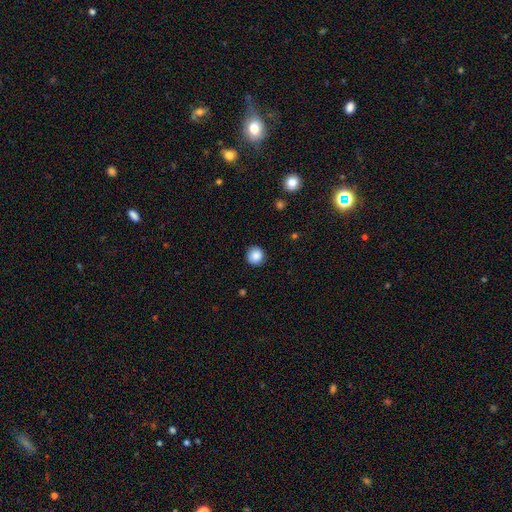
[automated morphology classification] This appears to be a smooth galaxy with no disk features (87%) that is round (93%). Merging: none (90%).